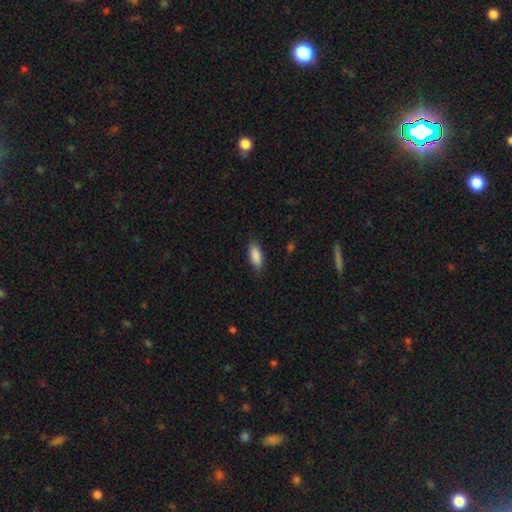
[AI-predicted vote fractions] Morphology: type=smooth (89%); roundness=in between (81%); merging=none (85%).